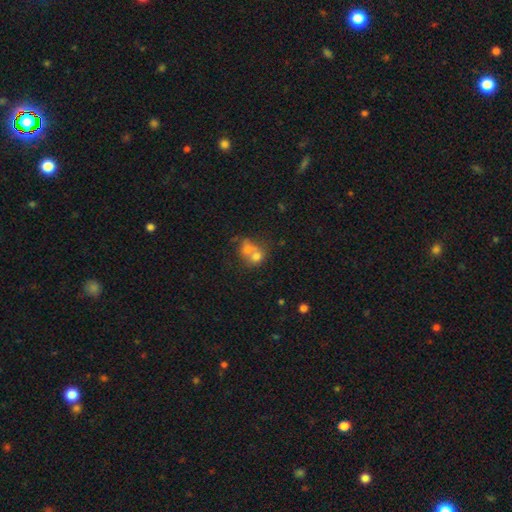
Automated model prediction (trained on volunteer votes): A smooth galaxy with no disk features (67%) that is round (68%).

Vote fractions:
- Smooth or featured? smooth: 67% / featured or disk: 22% / star or artifact: 12%
- How rounded? round: 68% / in between: 31% / cigar-shaped: 1%
- Merging? merger: 69% / none: 21% / minor disturbance: 6% / major disturbance: 4%